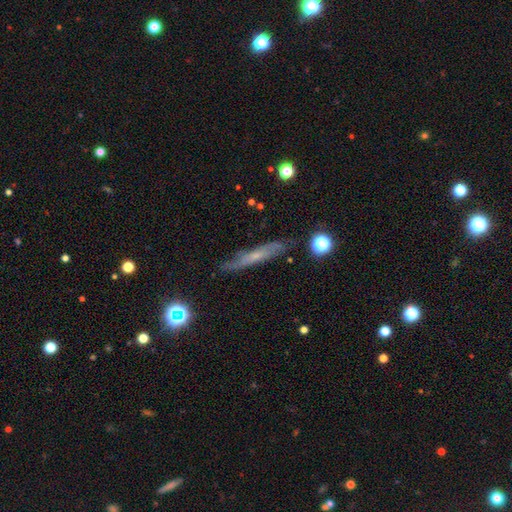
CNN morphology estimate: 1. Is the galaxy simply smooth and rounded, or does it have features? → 51% featured or disk, 39% smooth, 10% star or artifact.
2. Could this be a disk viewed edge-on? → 77% yes, 23% no.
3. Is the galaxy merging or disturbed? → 80% none, 15% minor disturbance, 3% major disturbance, 2% merger.